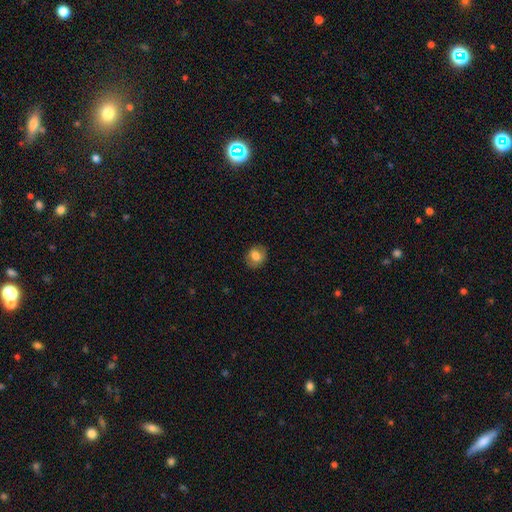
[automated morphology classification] This appears to be a smooth galaxy with no disk features (76%) that is round (54%). Merging: none (81%).